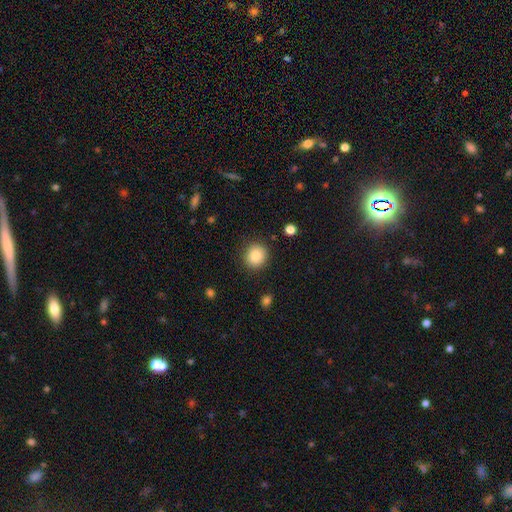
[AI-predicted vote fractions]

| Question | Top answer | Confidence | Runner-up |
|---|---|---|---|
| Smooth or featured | smooth | 87% | star or artifact (9%) |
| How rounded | round | 84% | in between (15%) |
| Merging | none | 88% | minor disturbance (8%) |